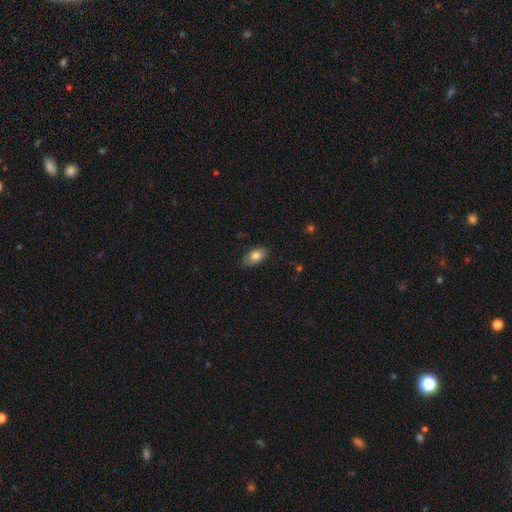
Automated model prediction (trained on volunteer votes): smooth_or_featured: smooth (p=0.80) [alt: featured or disk p=0.13]
how_rounded: in between (p=0.91) [alt: round p=0.06]
merging: none (p=0.84) [alt: minor disturbance p=0.13]